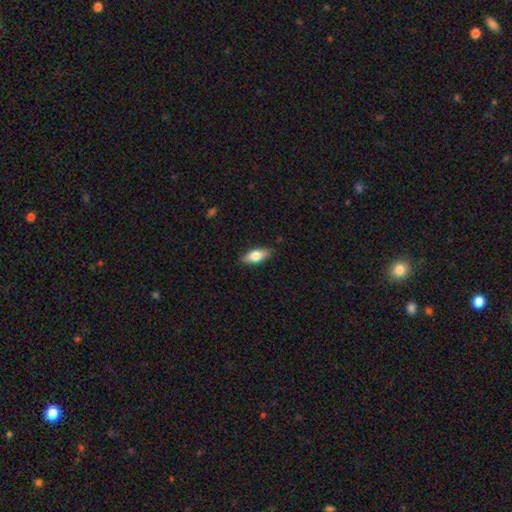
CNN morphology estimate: This appears to be a smooth galaxy with no disk features (74%) that is in between round and cigar-shaped (81%). Merging: none (84%).